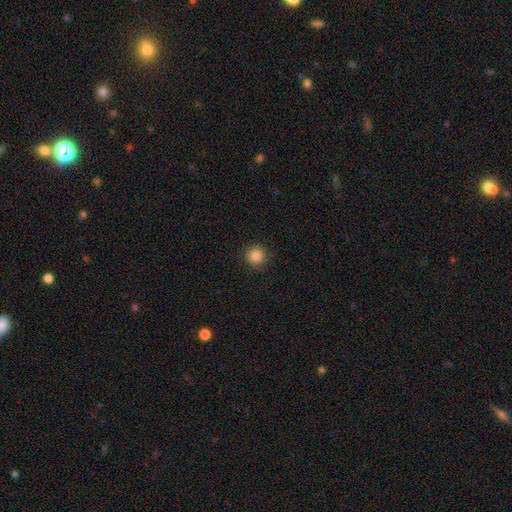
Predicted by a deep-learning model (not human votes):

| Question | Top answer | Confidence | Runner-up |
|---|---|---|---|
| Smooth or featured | smooth | 87% | star or artifact (10%) |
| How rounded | round | 93% | in between (6%) |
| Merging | none | 91% | minor disturbance (6%) |